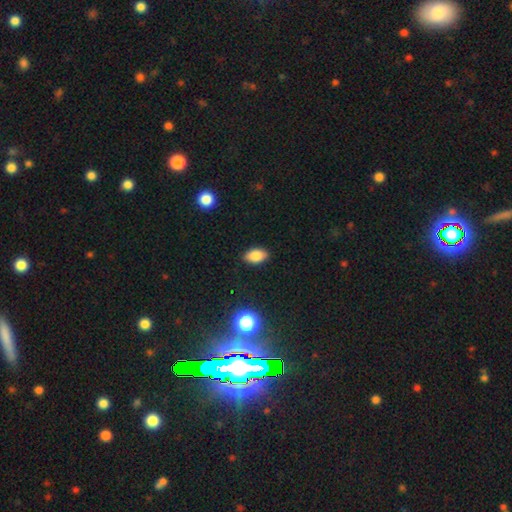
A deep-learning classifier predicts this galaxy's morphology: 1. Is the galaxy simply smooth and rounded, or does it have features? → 84% smooth, 10% star or artifact, 7% featured or disk.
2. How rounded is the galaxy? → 91% in between, 6% round, 2% cigar-shaped.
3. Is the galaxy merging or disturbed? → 88% none, 9% minor disturbance, 2% major disturbance, 1% merger.